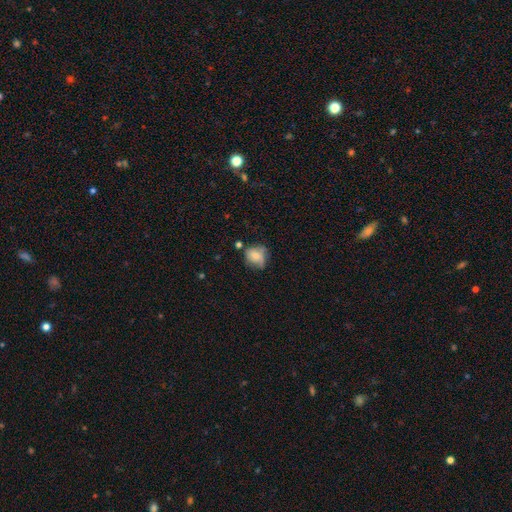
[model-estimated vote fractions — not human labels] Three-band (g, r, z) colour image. It shows a smooth galaxy with no disk features (70%) that is round (63%). Merging: none (47%).